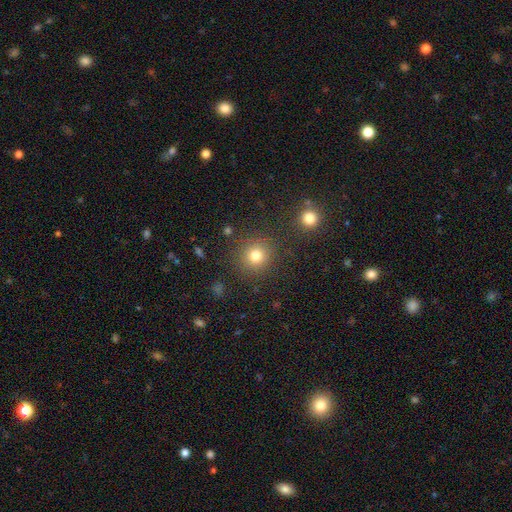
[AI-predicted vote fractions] The model was most divided on "smooth or featured": smooth: 79%, star or artifact: 15%, featured or disk: 6%. More confident: how rounded — round (91%); merging — none (87%).